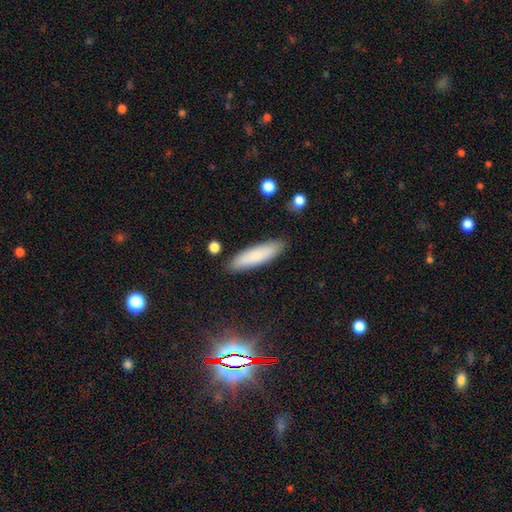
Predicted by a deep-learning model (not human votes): This is clearly a smooth galaxy (81%). How rounded: likely cigar-shaped (65%). Merging: clearly none (88%).